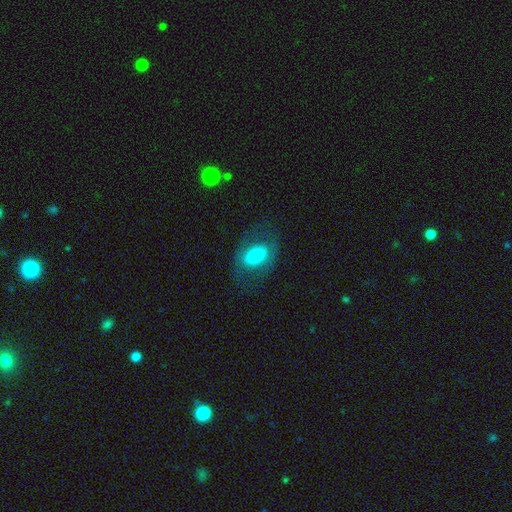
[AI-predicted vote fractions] smooth_or_featured: smooth (p=0.67) [alt: featured or disk p=0.26]
how_rounded: in between (p=0.85) [alt: round p=0.13]
merging: none (p=0.69) [alt: minor disturbance p=0.16]